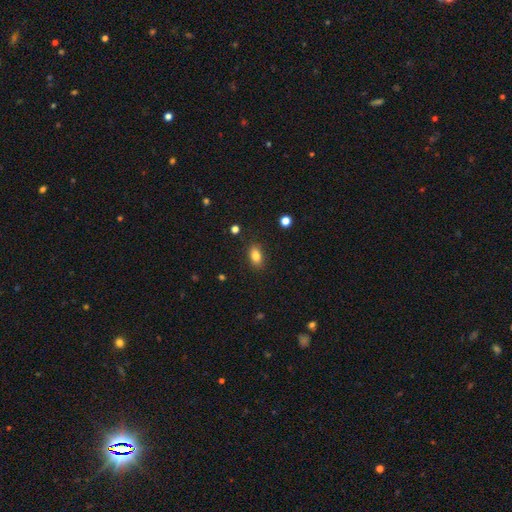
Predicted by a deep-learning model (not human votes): smooth 81%, star or artifact 10%, featured or disk 9%. Down the decision tree: how rounded — in between (84%); merging — none (87%).